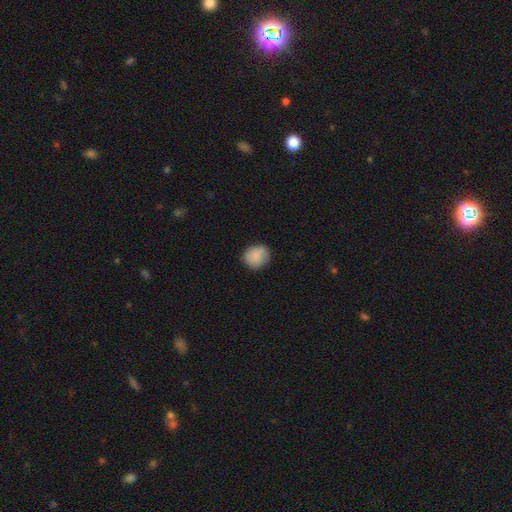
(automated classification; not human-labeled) The model was most divided on "how rounded": round: 79%, in between: 20%, cigar-shaped: 1%. More confident: smooth or featured — smooth (84%); merging — none (79%).